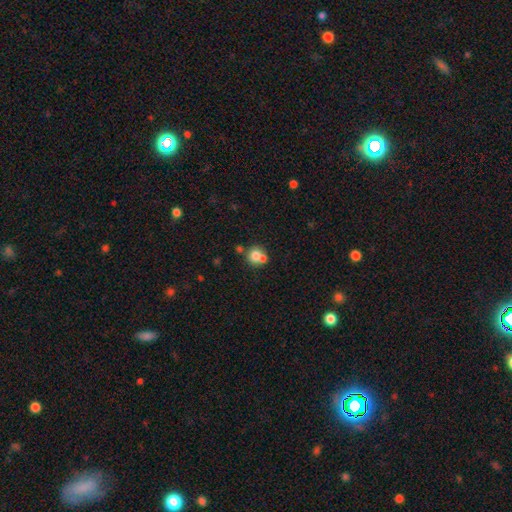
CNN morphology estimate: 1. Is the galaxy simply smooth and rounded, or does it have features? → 74% smooth, 15% featured or disk, 11% star or artifact.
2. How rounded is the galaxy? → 85% round, 14% in between, 1% cigar-shaped.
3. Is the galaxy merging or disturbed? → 46% merger, 43% none, 8% minor disturbance, 3% major disturbance.